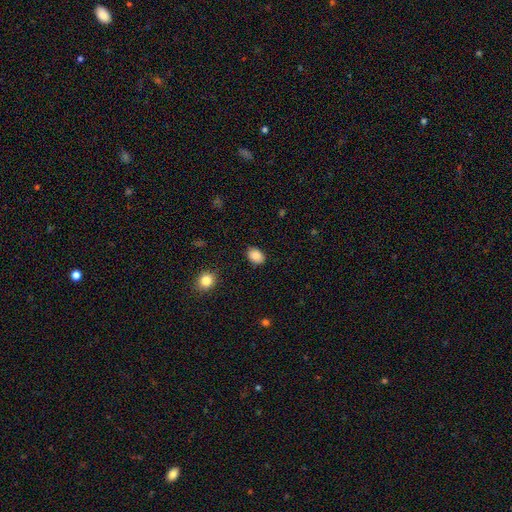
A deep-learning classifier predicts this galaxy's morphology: smooth-or-featured: smooth: 88% | star or artifact: 8% | featured or disk: 4%
  how-rounded: in between: 72% | round: 27% | cigar-shaped: 1%
  merging: none: 87% | minor disturbance: 9% | major disturbance: 2% | merger: 1%